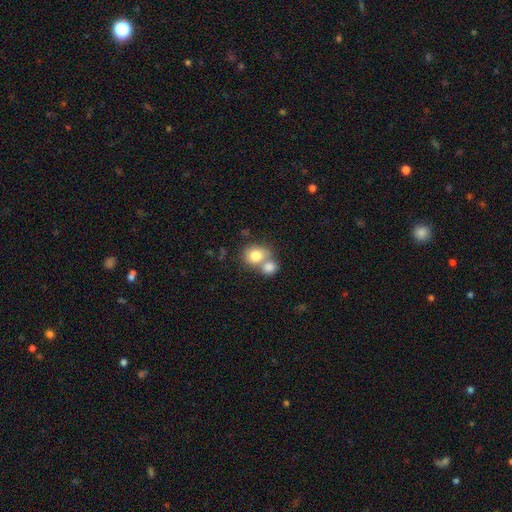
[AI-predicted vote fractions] A smooth galaxy with no disk features (78%) that is round (69%). Merging: merger (54%).